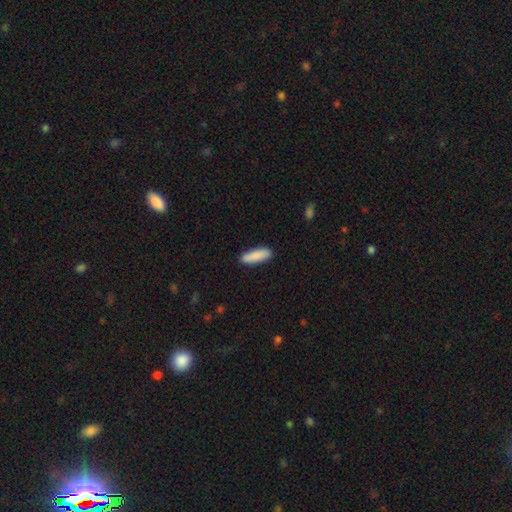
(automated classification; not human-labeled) Smooth or featured? smooth (89%)
How rounded? cigar-shaped (59%)
Merging? none (89%)